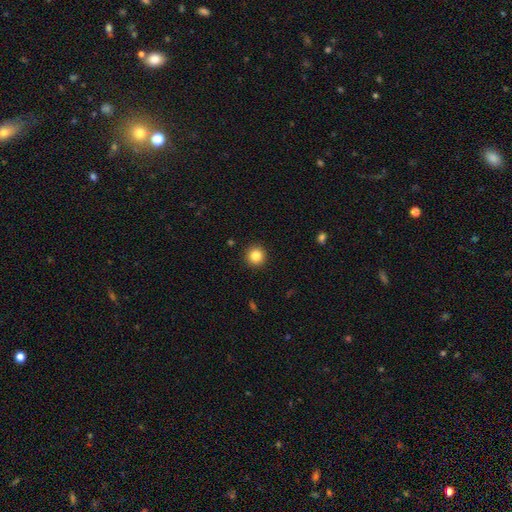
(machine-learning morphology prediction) smooth-or-featured: smooth: 84% | star or artifact: 10% | featured or disk: 5%
  how-rounded: round: 95% | in between: 4% | cigar-shaped: 1%
  merging: none: 92% | minor disturbance: 5% | major disturbance: 2% | merger: 1%